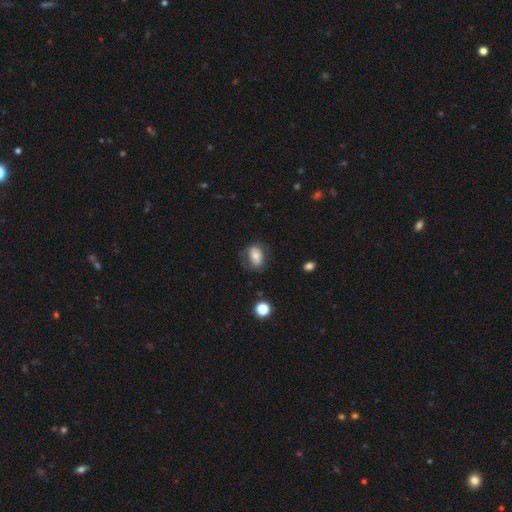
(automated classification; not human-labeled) The model was most divided on "merging": none: 64%, minor disturbance: 23%, major disturbance: 11%, merger: 2%. More confident: how rounded — in between (78%); smooth or featured — smooth (67%).